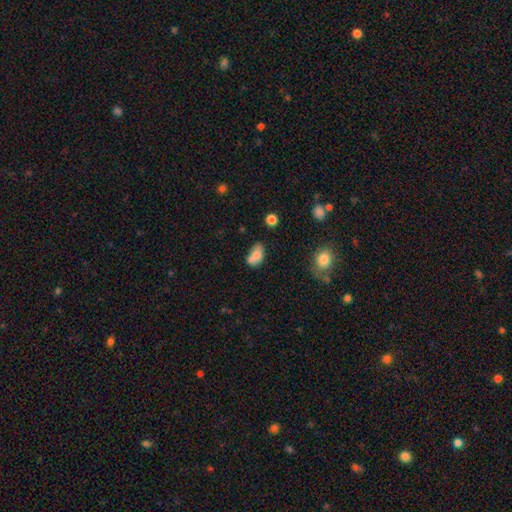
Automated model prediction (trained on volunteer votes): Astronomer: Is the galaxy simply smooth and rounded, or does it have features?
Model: smooth — 71%.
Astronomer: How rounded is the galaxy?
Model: in between — 79%.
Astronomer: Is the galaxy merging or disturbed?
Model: merger — 43% (runner-up: none, 33%).